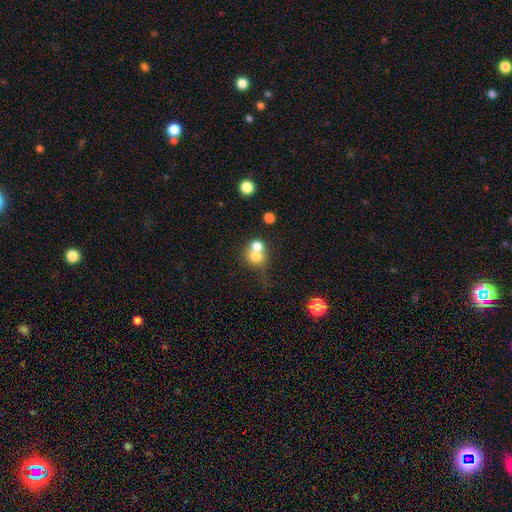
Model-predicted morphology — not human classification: This appears to be a smooth galaxy with no disk features (70%) that is round (77%). Merging: merger (56%).